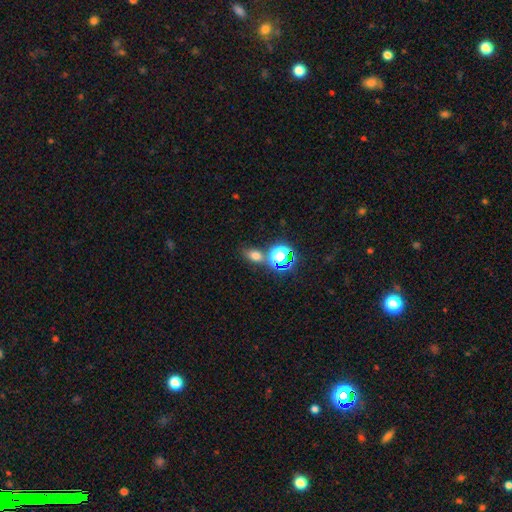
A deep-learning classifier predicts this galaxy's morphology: smooth_or_featured: smooth (p=0.62) [alt: star or artifact p=0.28]
how_rounded: in between (p=0.69) [alt: round p=0.28]
merging: none (p=0.66) [alt: merger p=0.16]